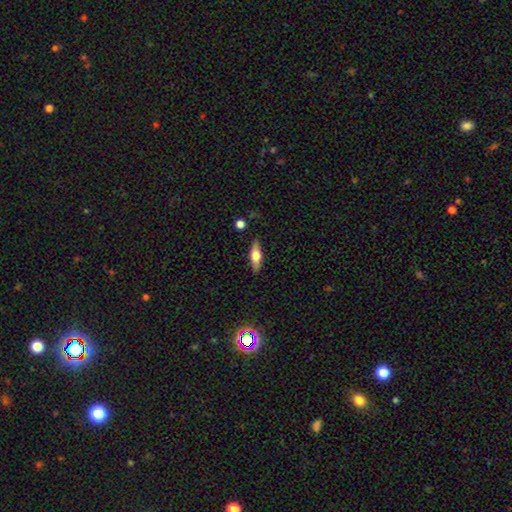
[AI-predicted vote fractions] Smooth or featured? Predicted: smooth (p=0.51). How rounded? Predicted: in between (p=0.52). Merging? Predicted: none (p=0.86).